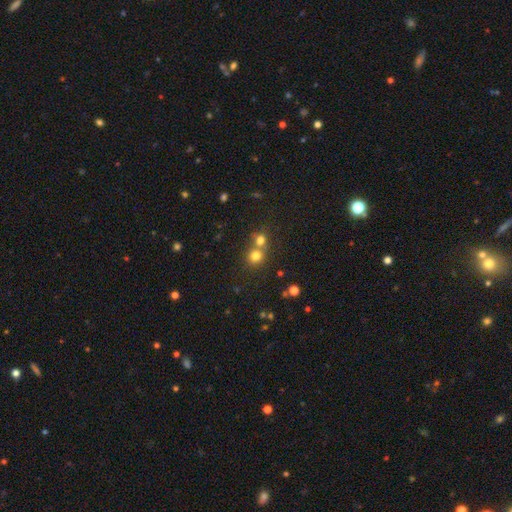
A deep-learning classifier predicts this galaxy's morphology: smooth 76%, star or artifact 16%, featured or disk 8%. Down the decision tree: how rounded — round (86%); merging — none (48%).